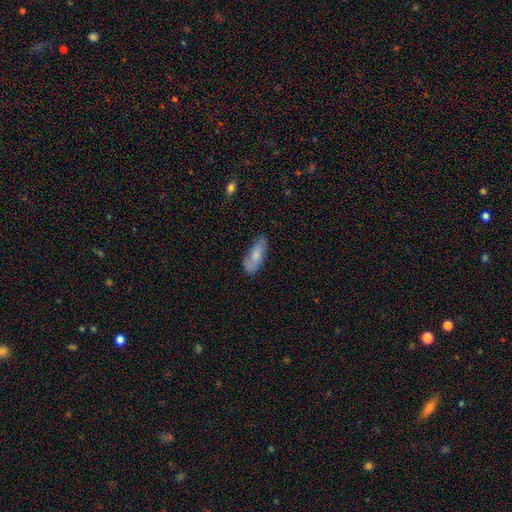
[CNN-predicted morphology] type=smooth (74%); roundness=in between (72%); merging=none (69%).